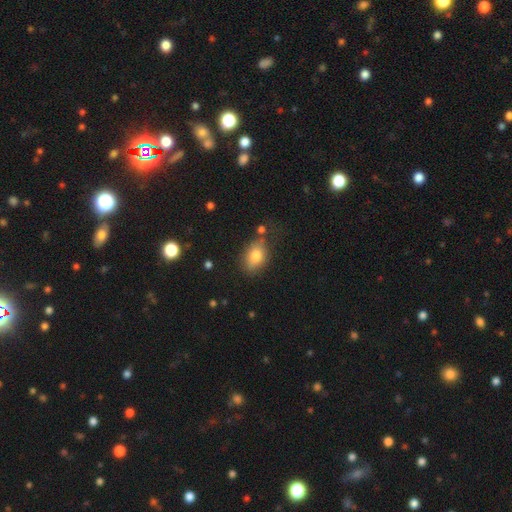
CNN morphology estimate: This is likely a smooth galaxy (80%). How rounded: clearly in between (81%). Merging: likely none (69%).